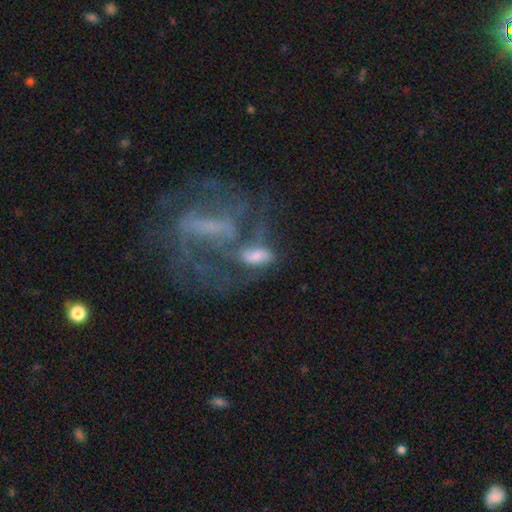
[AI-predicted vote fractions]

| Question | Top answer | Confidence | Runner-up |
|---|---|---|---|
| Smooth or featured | featured or disk | 54% | smooth (31%) |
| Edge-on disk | no | 91% | yes (9%) |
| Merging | merger | 37% | none (28%) |